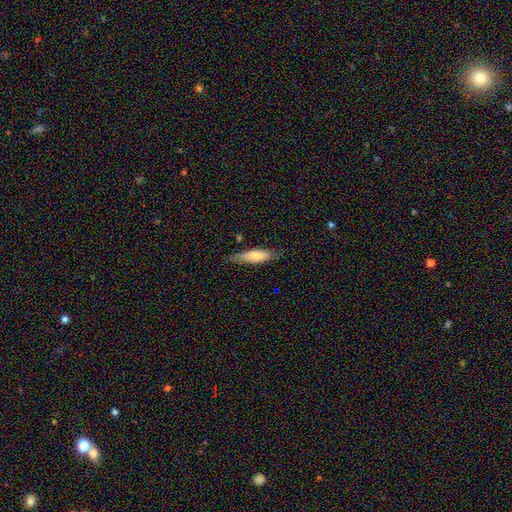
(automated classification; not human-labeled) This is likely a smooth galaxy (70%). How rounded: possibly cigar-shaped (56%). Merging: likely none (73%).